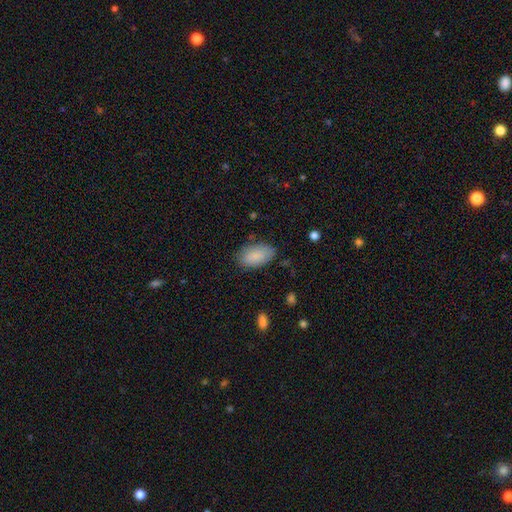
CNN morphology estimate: Smooth or featured?
  - smooth: 88% *
  - star or artifact: 6%
  - featured or disk: 6%
How rounded?
  - in between: 94% *
  - round: 4%
  - cigar-shaped: 2%
Merging?
  - none: 81% *
  - minor disturbance: 14%
  - major disturbance: 3%
  - merger: 1%